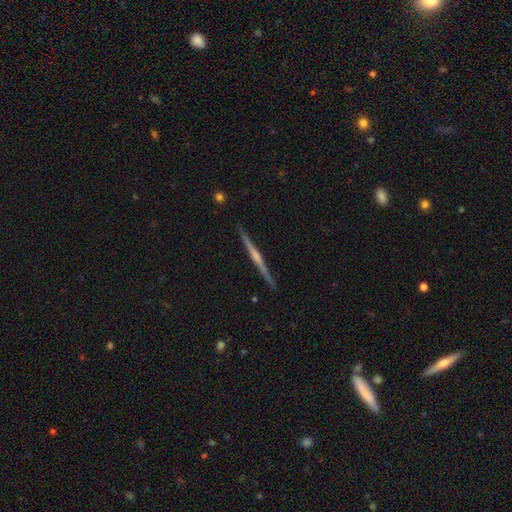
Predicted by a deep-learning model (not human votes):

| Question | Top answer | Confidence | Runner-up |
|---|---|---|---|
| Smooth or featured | featured or disk | 78% | smooth (17%) |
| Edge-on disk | yes | 99% | no (1%) |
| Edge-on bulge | rounded | 62% | none (27%) |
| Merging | none | 92% | minor disturbance (6%) |